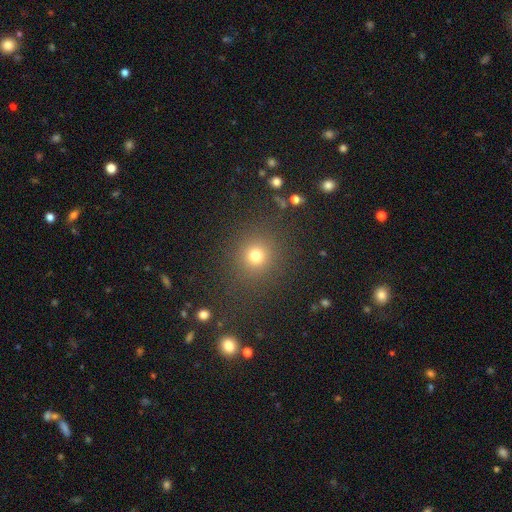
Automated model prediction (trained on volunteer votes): The model was most divided on "smooth or featured": smooth: 74%, star or artifact: 19%, featured or disk: 7%. More confident: how rounded — round (89%); merging — none (85%).